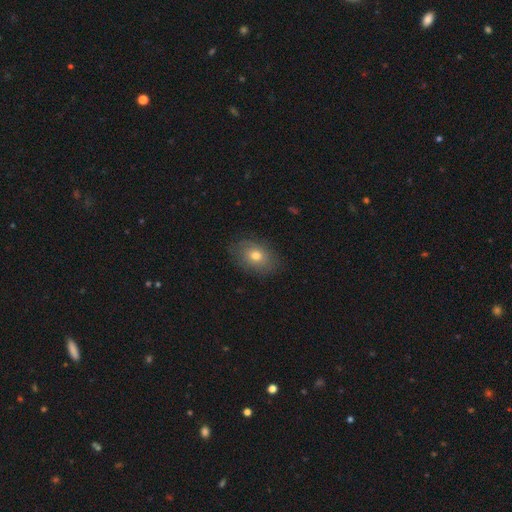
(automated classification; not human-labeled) A smooth galaxy with no disk features (71%) that is in between round and cigar-shaped (77%).

Vote fractions:
- Smooth or featured? smooth: 71% / featured or disk: 19% / star or artifact: 10%
- How rounded? in between: 77% / round: 22% / cigar-shaped: 1%
- Merging? none: 81% / minor disturbance: 14% / major disturbance: 4% / merger: 1%